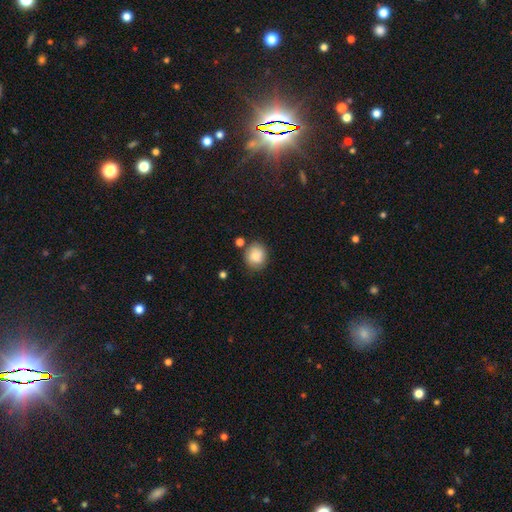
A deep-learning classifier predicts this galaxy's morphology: A smooth galaxy with no disk features (81%) that is round (81%).

Vote fractions:
- Smooth or featured? smooth: 81% / featured or disk: 10% / star or artifact: 9%
- How rounded? round: 81% / in between: 18% / cigar-shaped: 1%
- Merging? none: 75% / minor disturbance: 15% / merger: 7% / major disturbance: 3%